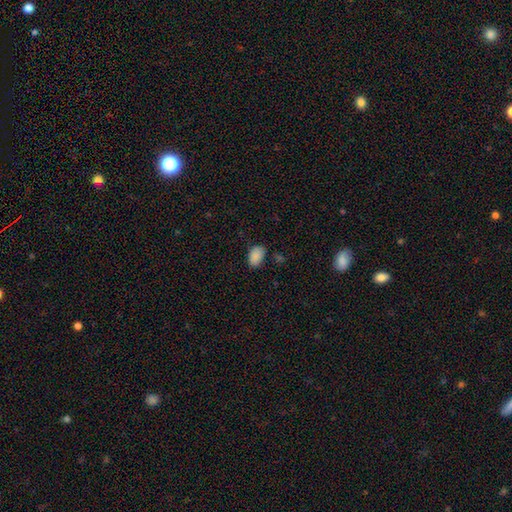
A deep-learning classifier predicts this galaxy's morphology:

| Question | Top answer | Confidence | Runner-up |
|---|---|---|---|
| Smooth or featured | smooth | 88% | star or artifact (8%) |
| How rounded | in between | 91% | round (8%) |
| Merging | none | 76% | minor disturbance (18%) |